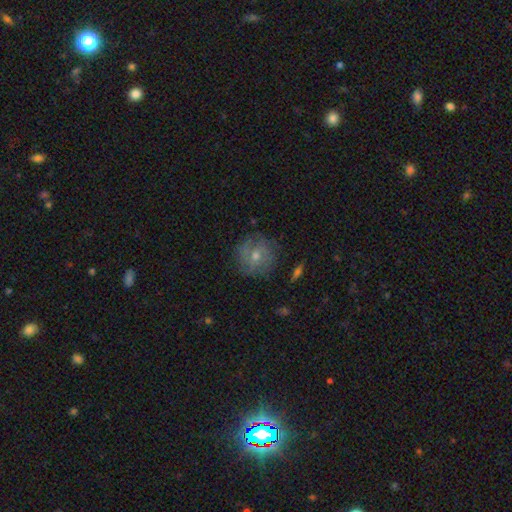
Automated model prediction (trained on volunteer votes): This appears to be a featured or disk galaxy (47%). Merging: none (79%).